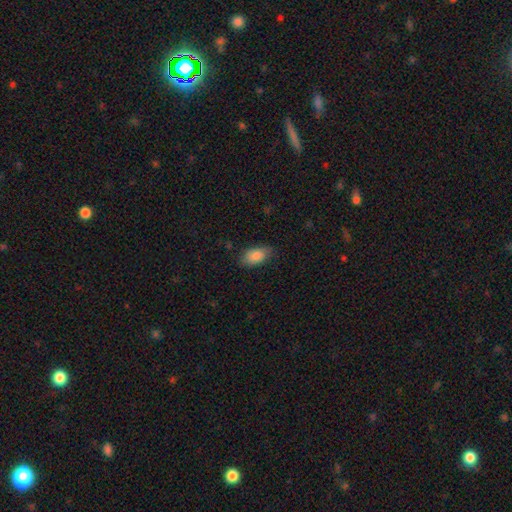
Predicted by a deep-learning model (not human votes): This is clearly a smooth galaxy (86%). How rounded: clearly in between (93%). Merging: clearly none (80%).